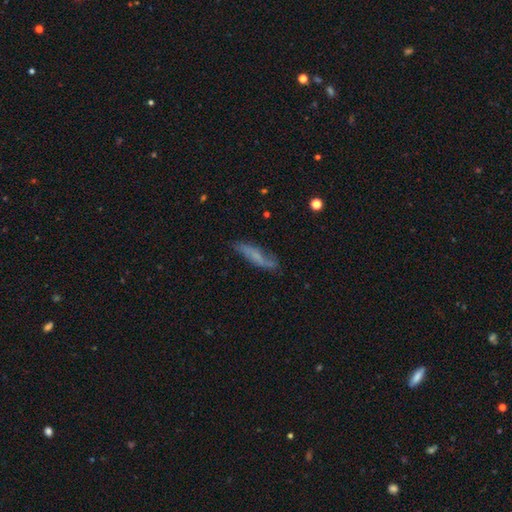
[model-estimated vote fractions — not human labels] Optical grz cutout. It shows a featured or disk galaxy (48%). Merging: none (69%).